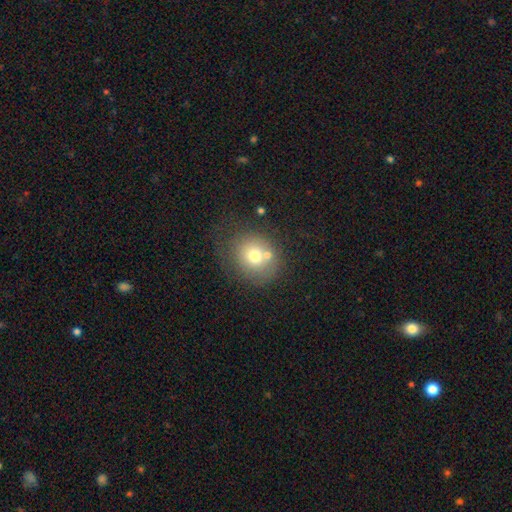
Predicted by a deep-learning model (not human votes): This appears to be a smooth galaxy with no disk features (68%) that is round (77%). Merging: none (53%).